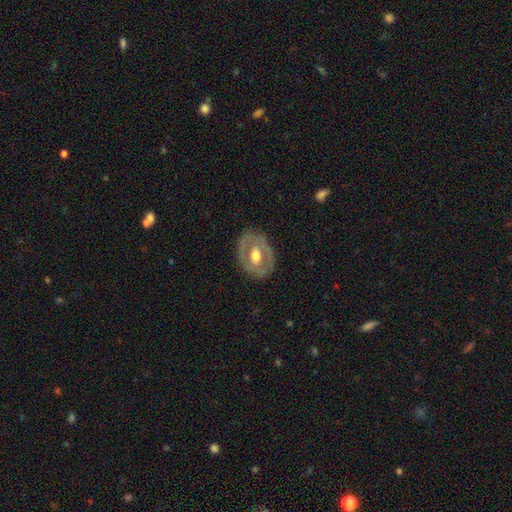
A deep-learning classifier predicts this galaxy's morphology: A featured or disk galaxy (61%) with no bar (57%), no spiral arms (73%) and a moderate central bulge (69%).

Vote fractions:
- Smooth or featured? featured or disk: 61% / smooth: 33% / star or artifact: 5%
- Edge-on disk? no: 93% / yes: 7%
- Bar? no: 57% / weak: 31% / strong: 13%
- Spiral arms? no: 73% / yes: 27%
- Bulge size? moderate: 69% / large: 21% / small: 7% / dominant: 1% / none: 1%
- Merging? none: 78% / minor disturbance: 16% / major disturbance: 5% / merger: 1%